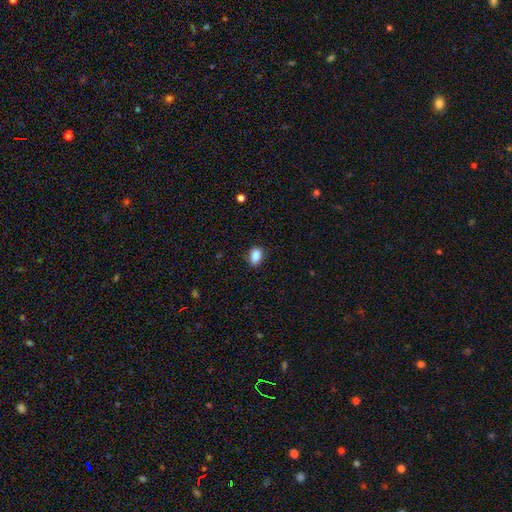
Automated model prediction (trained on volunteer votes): smooth_or_featured: smooth (p=0.88) [alt: star or artifact p=0.08]
how_rounded: in between (p=0.79) [alt: round p=0.19]
merging: none (p=0.87) [alt: minor disturbance p=0.10]